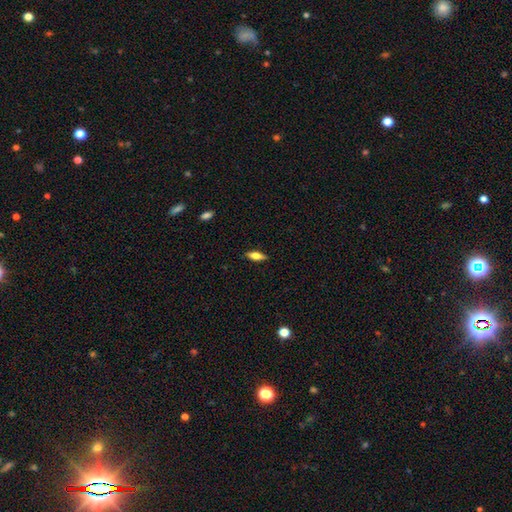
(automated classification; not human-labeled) A smooth galaxy with no disk features (59%) that is in between round and cigar-shaped (61%).

Vote fractions:
- Smooth or featured? smooth: 59% / featured or disk: 33% / star or artifact: 7%
- How rounded? in between: 61% / cigar-shaped: 36% / round: 3%
- Merging? none: 88% / minor disturbance: 9% / major disturbance: 2% / merger: 1%